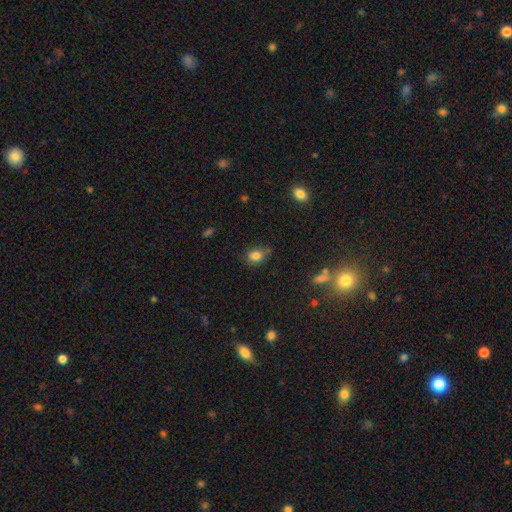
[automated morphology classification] This appears to be a smooth galaxy with no disk features (80%) that is in between round and cigar-shaped (55%). Merging: none (65%).